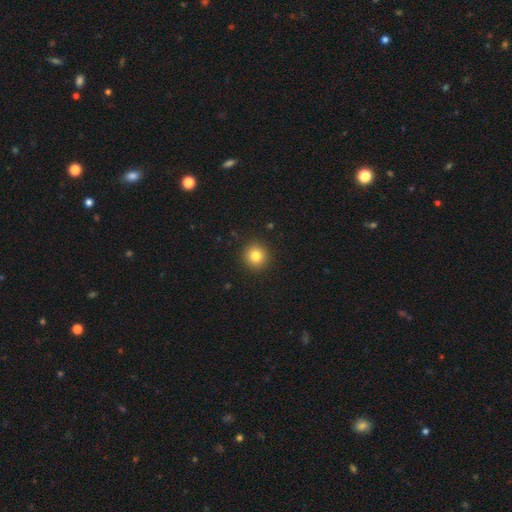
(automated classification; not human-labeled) The model was most divided on "smooth or featured": smooth: 82%, star or artifact: 11%, featured or disk: 7%. More confident: how rounded — round (93%); merging — none (92%).